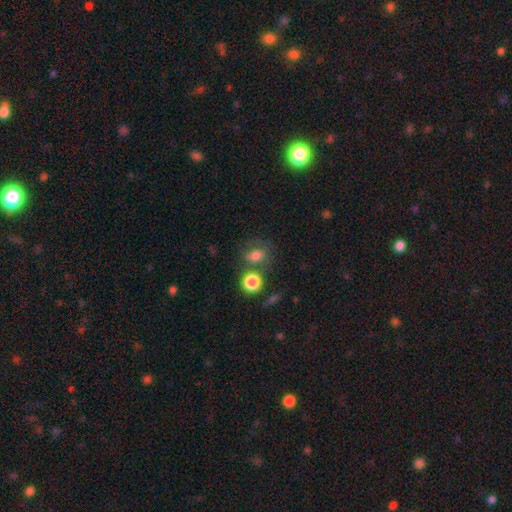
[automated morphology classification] Q: Smooth or featured?
A: smooth (69%); runner-up: star or artifact (15%)
Q: How rounded?
A: round (50%); runner-up: in between (48%)
Q: Merging?
A: none (55%); runner-up: merger (18%)